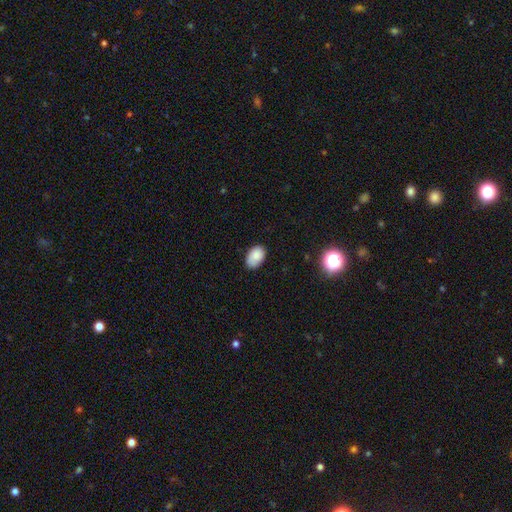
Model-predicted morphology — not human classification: Smooth or featured?
  - smooth: 86% *
  - star or artifact: 8%
  - featured or disk: 6%
How rounded?
  - in between: 90% *
  - round: 9%
  - cigar-shaped: 1%
Merging?
  - none: 75% *
  - minor disturbance: 20%
  - major disturbance: 3%
  - merger: 1%